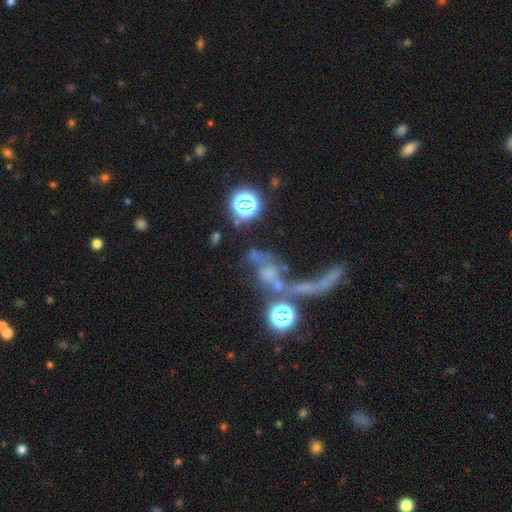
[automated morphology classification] Smooth or featured? Predicted: star or artifact (p=0.34, tied with featured or disk).